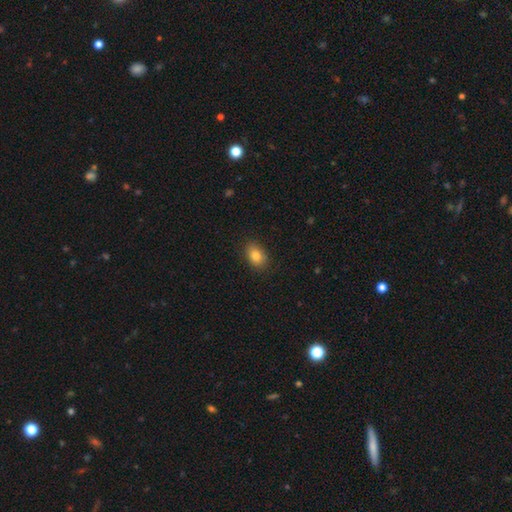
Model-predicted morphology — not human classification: smooth 84%, star or artifact 9%, featured or disk 7%. Down the decision tree: how rounded — in between (80%); merging — none (85%).